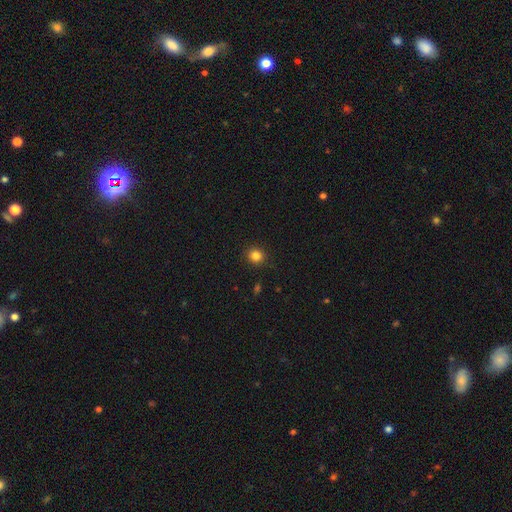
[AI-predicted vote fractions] Smooth or featured? smooth (84%)
How rounded? round (88%)
Merging? none (90%)